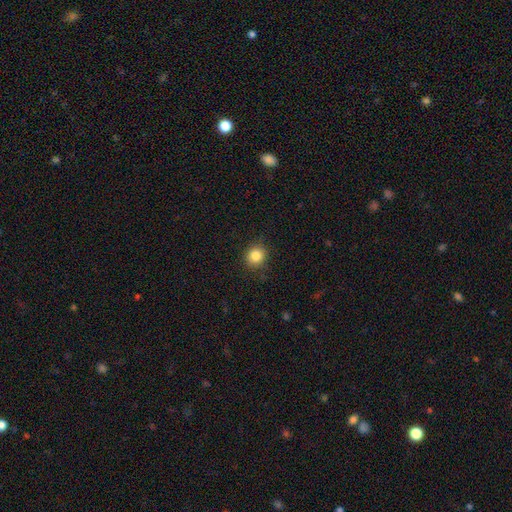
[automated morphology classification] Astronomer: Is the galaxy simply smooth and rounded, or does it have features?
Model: smooth — 85%.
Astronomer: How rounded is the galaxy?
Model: round — 86%.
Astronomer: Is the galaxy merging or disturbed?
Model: none — 88%.